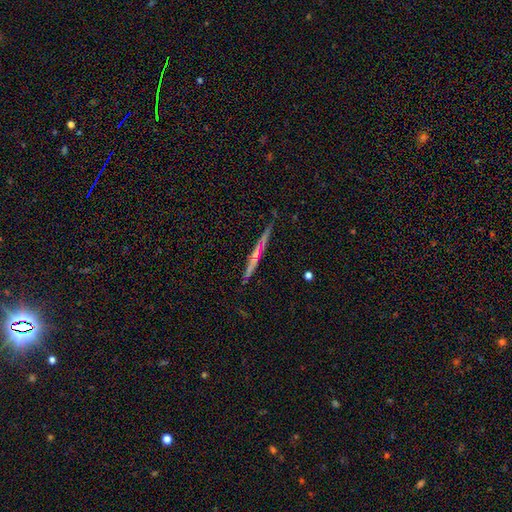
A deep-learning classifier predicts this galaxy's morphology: The model was most divided on "smooth or featured": featured or disk: 56%, smooth: 35%, star or artifact: 10%. More confident: edge-on disk — yes (95%); merging — none (84%); edge-on bulge — none (65%).